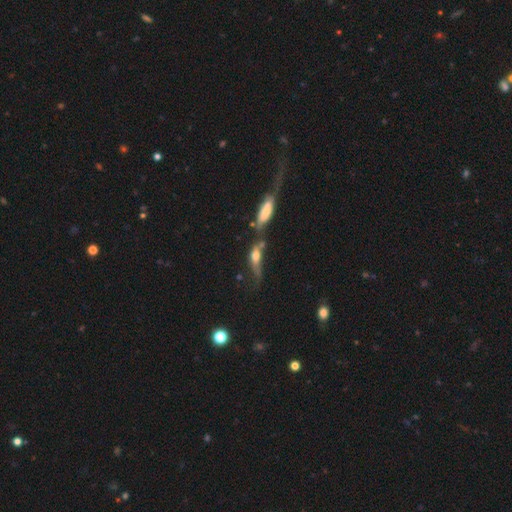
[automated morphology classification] This is possibly a smooth galaxy (49%). Merging: marginally merger (44%).